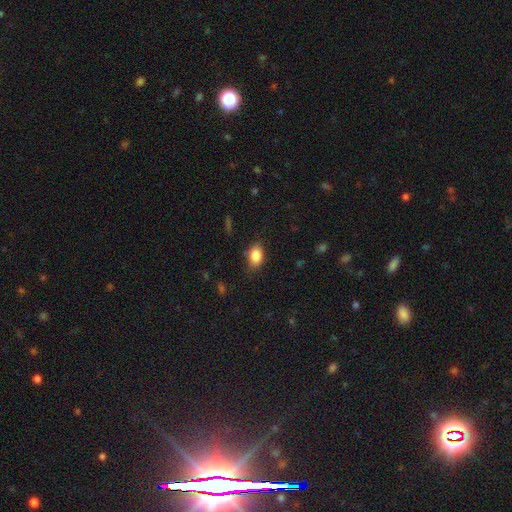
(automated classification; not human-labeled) This appears to be a smooth galaxy with no disk features (85%) that is in between round and cigar-shaped (84%). Merging: none (74%).